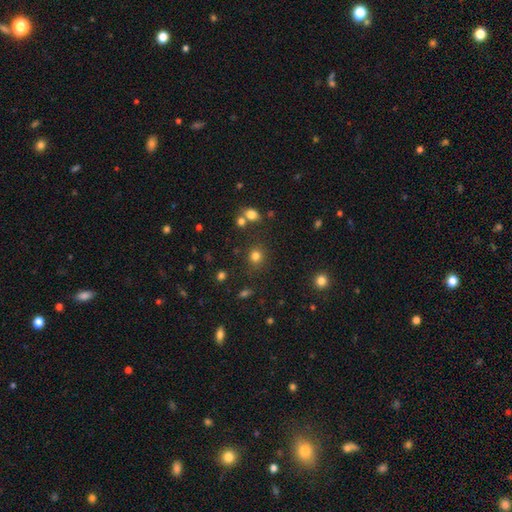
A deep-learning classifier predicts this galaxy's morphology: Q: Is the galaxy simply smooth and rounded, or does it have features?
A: smooth — 79%.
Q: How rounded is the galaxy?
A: round — 86%.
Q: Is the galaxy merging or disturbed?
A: none — 82%.